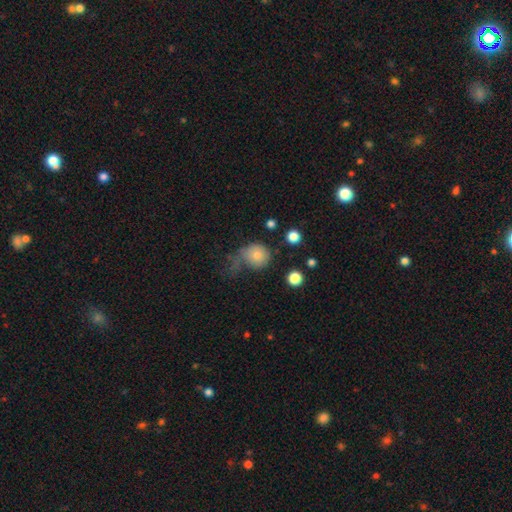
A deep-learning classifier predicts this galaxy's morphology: A smooth galaxy with no disk features (78%) that is round (86%). Merging: none (40%).